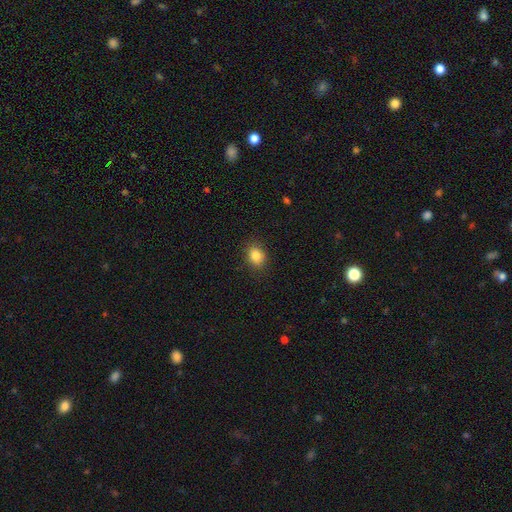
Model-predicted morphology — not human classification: A smooth galaxy with no disk features (85%) that is in between round and cigar-shaped (55%). Merging: none (86%).